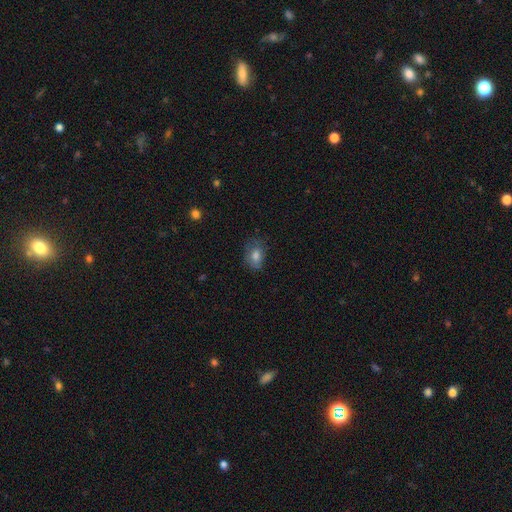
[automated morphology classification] smooth_or_featured: smooth (p=0.76) [alt: featured or disk p=0.14]
how_rounded: in between (p=0.78) [alt: round p=0.20]
merging: none (p=0.68) [alt: minor disturbance p=0.23]